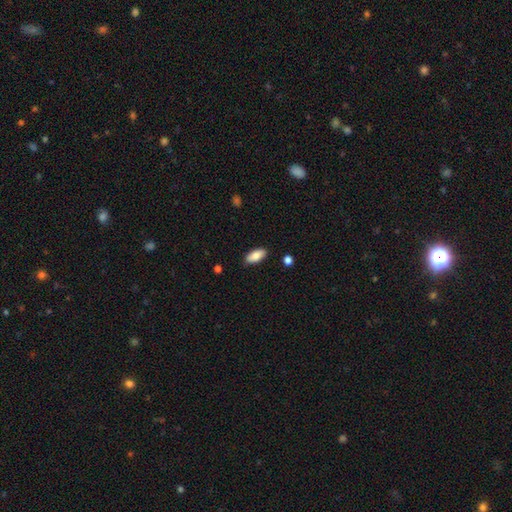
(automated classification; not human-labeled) Smooth or featured?
  - smooth: 83% *
  - featured or disk: 10%
  - star or artifact: 7%
How rounded?
  - in between: 90% *
  - cigar-shaped: 8%
  - round: 2%
Merging?
  - none: 85% *
  - minor disturbance: 11%
  - major disturbance: 2%
  - merger: 1%